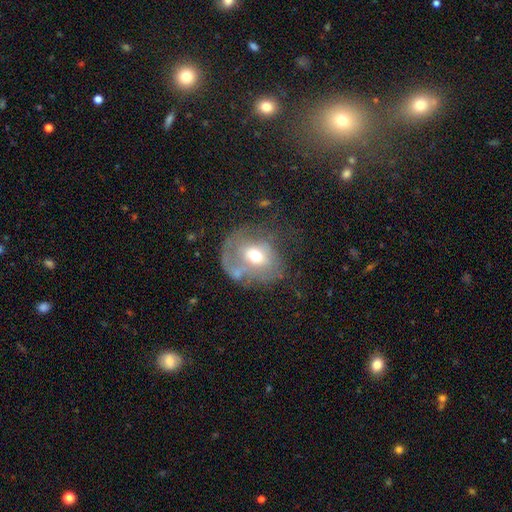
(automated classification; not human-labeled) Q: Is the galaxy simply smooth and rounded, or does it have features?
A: smooth — 47%.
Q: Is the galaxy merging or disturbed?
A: none — 35%.